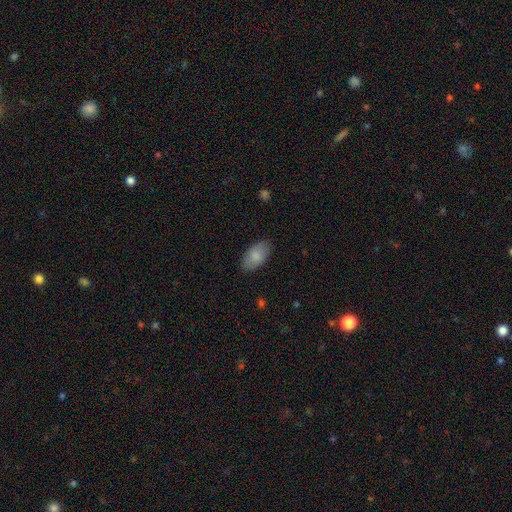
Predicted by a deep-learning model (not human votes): Overall: smooth (84%). How rounded: in between (95%). Merging: none (84%).